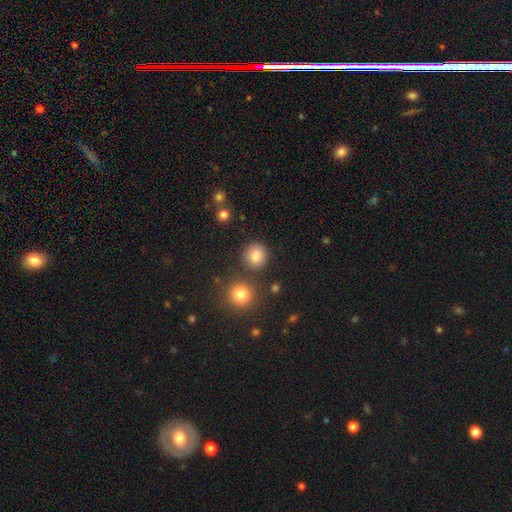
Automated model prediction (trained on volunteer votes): Overall: smooth (84%). How rounded: round (91%). Merging: none (84%).